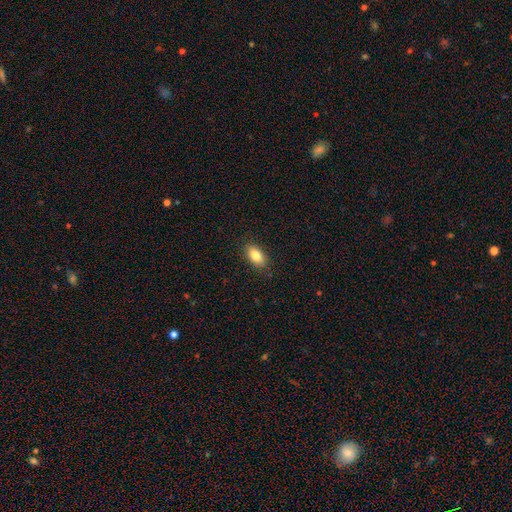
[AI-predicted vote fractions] smooth_or_featured: smooth (p=0.83) [alt: featured or disk p=0.09]
how_rounded: in between (p=0.90) [alt: round p=0.06]
merging: none (p=0.86) [alt: minor disturbance p=0.10]